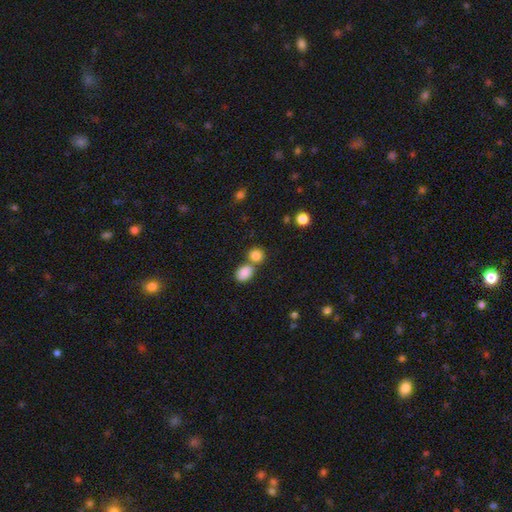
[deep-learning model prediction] Smooth or featured?
  - smooth: 84% *
  - star or artifact: 10%
  - featured or disk: 5%
How rounded?
  - round: 72% *
  - in between: 27%
  - cigar-shaped: 1%
Merging?
  - none: 51% *
  - merger: 39%
  - minor disturbance: 7%
  - major disturbance: 3%